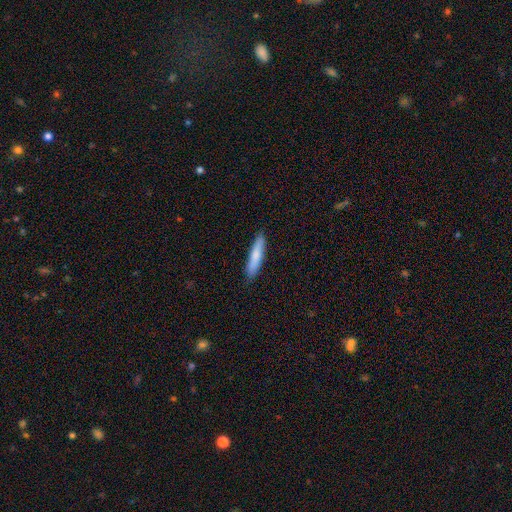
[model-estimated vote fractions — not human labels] Smooth or featured: smooth — 78% (featured or disk — 17%)
How rounded: cigar-shaped — 86% (in between — 12%)
Merging: none — 88% (minor disturbance — 9%)